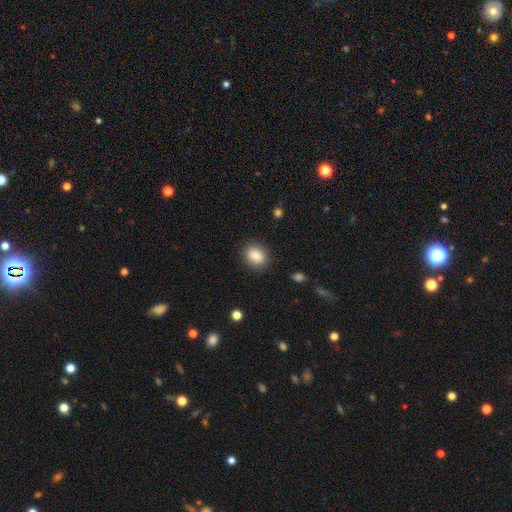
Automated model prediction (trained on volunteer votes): smooth 87%, star or artifact 8%, featured or disk 5%. Down the decision tree: how rounded — in between (56%); merging — none (87%).